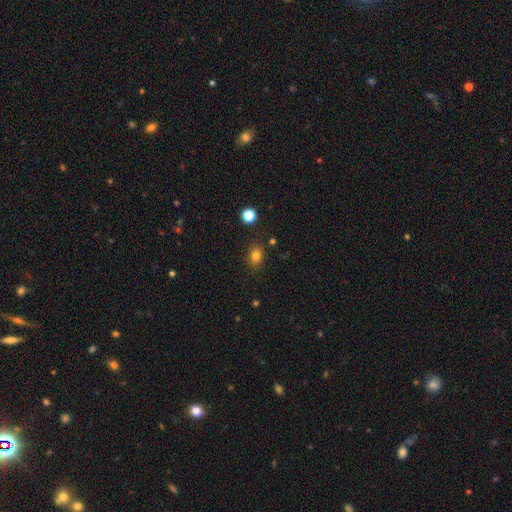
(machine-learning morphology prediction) Smooth or featured? smooth (80%)
How rounded? in between (63%)
Merging? none (83%)